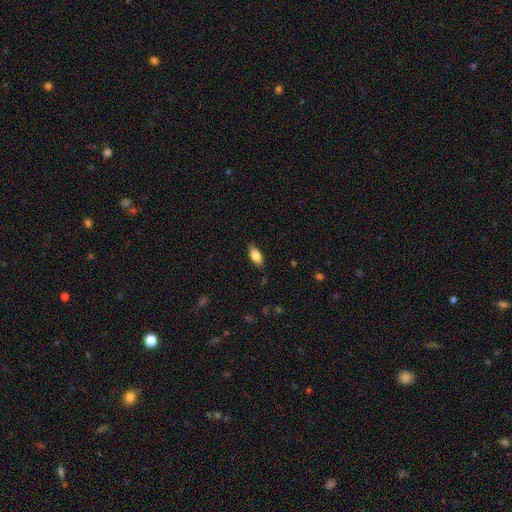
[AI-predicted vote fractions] The model was most divided on "smooth or featured": smooth: 79%, featured or disk: 14%, star or artifact: 7%. More confident: merging — none (85%); how rounded — in between (84%).